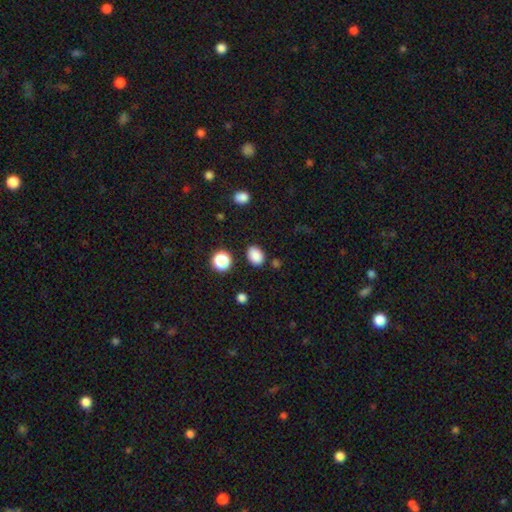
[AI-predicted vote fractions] Overall: smooth (85%). How rounded: in between (68%; round 31%). Merging: none (83%).